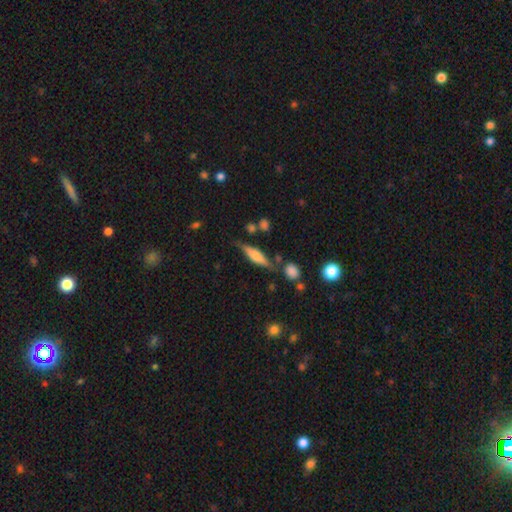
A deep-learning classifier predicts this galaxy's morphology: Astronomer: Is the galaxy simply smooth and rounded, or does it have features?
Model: smooth — 50% (runner-up: featured or disk, 43%).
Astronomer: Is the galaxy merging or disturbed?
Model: none — 72%.